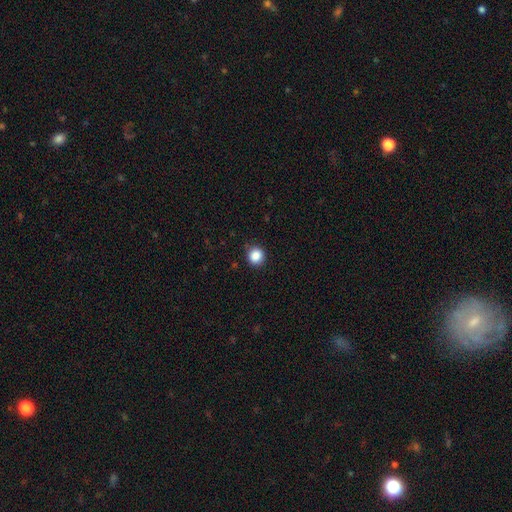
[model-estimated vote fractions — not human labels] This is clearly a smooth galaxy (87%). How rounded: clearly round (92%). Merging: clearly none (90%).